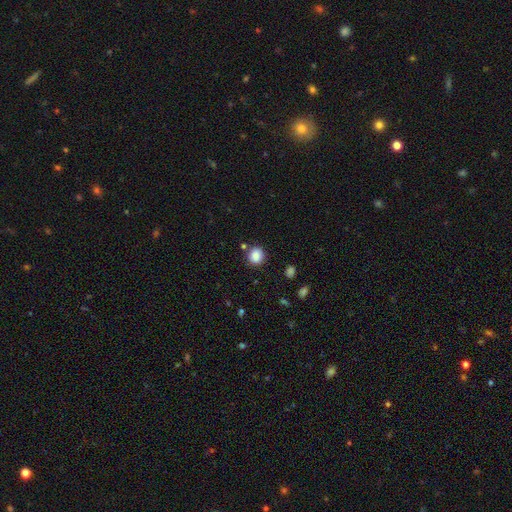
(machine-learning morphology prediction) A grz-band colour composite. It shows a smooth galaxy with no disk features (85%) that is round (84%). Merging: none (82%).